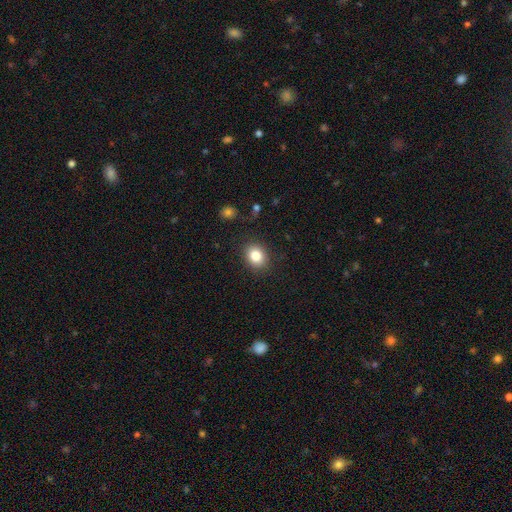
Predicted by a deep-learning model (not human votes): smooth-or-featured: smooth: 83% | star or artifact: 10% | featured or disk: 7%
  how-rounded: round: 60% | in between: 39% | cigar-shaped: 1%
  merging: none: 87% | minor disturbance: 9% | major disturbance: 3% | merger: 1%